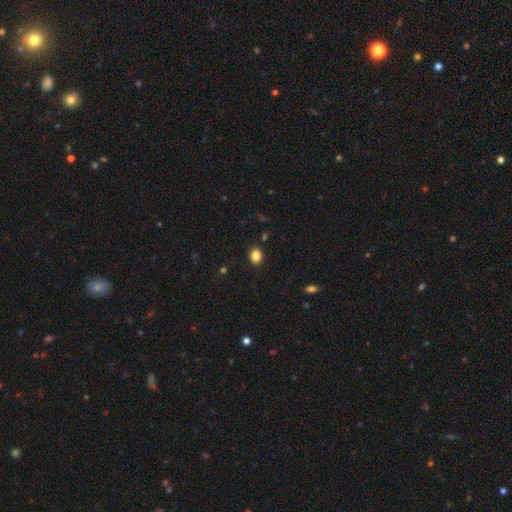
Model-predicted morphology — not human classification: The model was most divided on "how rounded": round: 54%, in between: 45%, cigar-shaped: 1%. More confident: merging — none (88%); smooth or featured — smooth (85%).